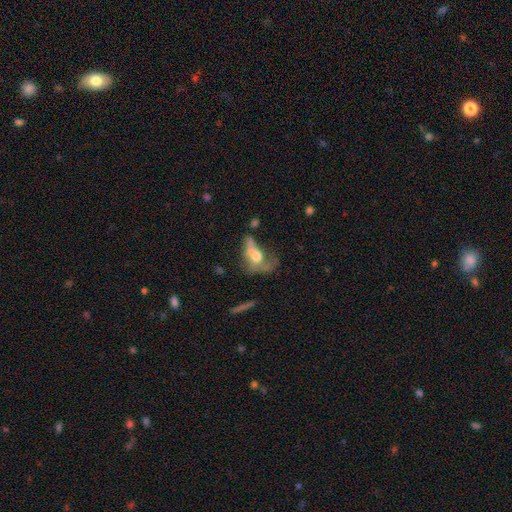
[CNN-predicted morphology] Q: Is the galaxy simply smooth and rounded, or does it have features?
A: smooth — 50%.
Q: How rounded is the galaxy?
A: in between — 73%.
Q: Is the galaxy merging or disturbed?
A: major disturbance — 51%.